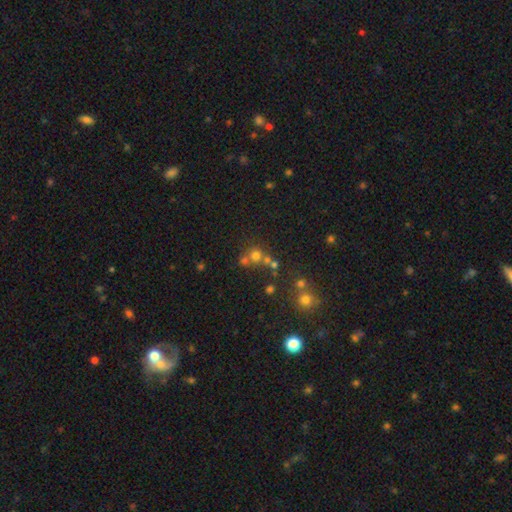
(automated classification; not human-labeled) Smooth or featured: smooth — 63% (star or artifact — 23%)
How rounded: round — 88% (in between — 11%)
Merging: none — 55% (merger — 31%)